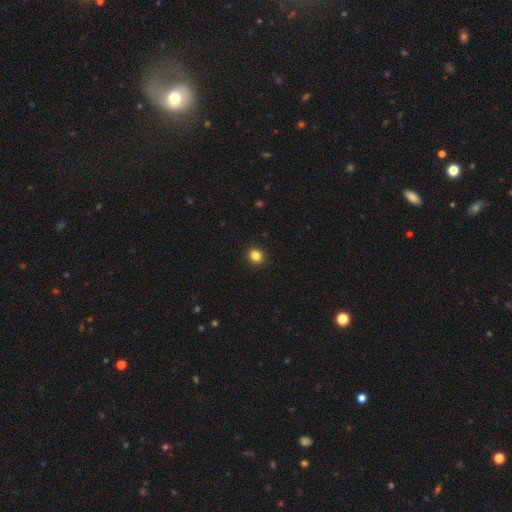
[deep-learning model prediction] This is clearly a smooth galaxy (84%). How rounded: clearly round (85%). Merging: clearly none (92%).